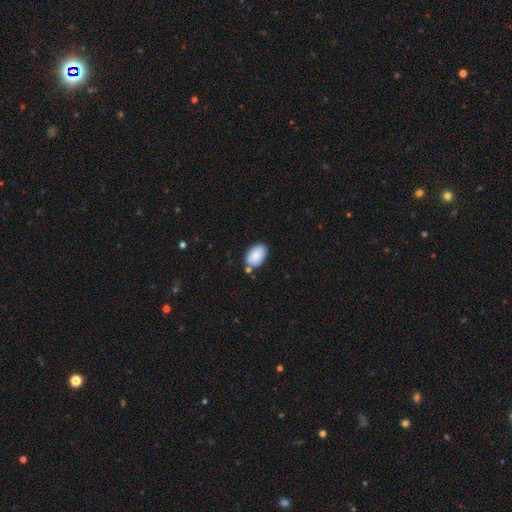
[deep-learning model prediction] Q: Smooth or featured?
A: smooth (84%); runner-up: featured or disk (9%)
Q: How rounded?
A: in between (89%); runner-up: round (10%)
Q: Merging?
A: none (75%); runner-up: minor disturbance (15%)